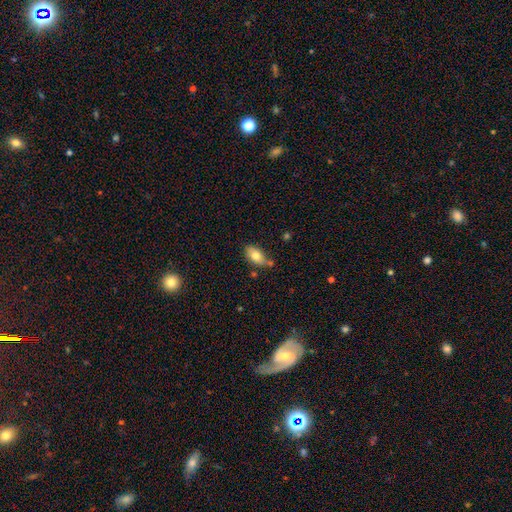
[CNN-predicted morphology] Smooth or featured? smooth (74%)
How rounded? in between (88%)
Merging? none (53%)